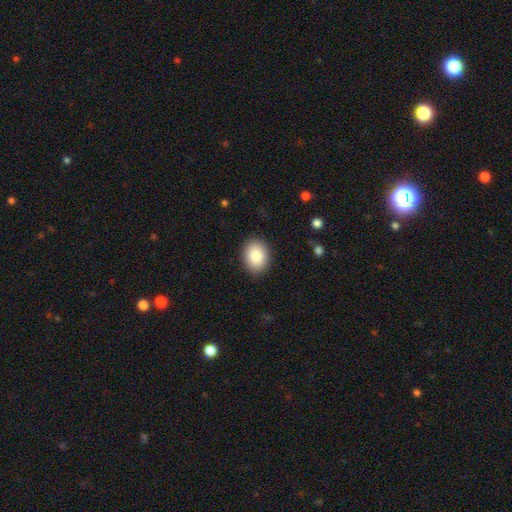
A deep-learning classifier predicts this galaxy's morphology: Smooth or featured? smooth (85%)
How rounded? in between (58%)
Merging? none (89%)